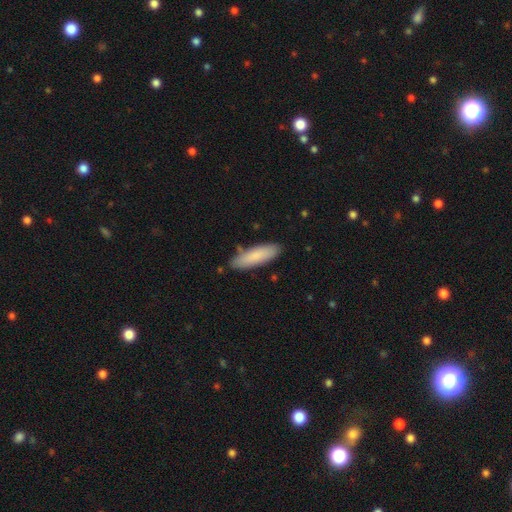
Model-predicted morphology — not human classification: Smooth or featured: smooth — 84% (featured or disk — 10%)
How rounded: cigar-shaped — 57% (in between — 42%)
Merging: none — 84% (minor disturbance — 12%)